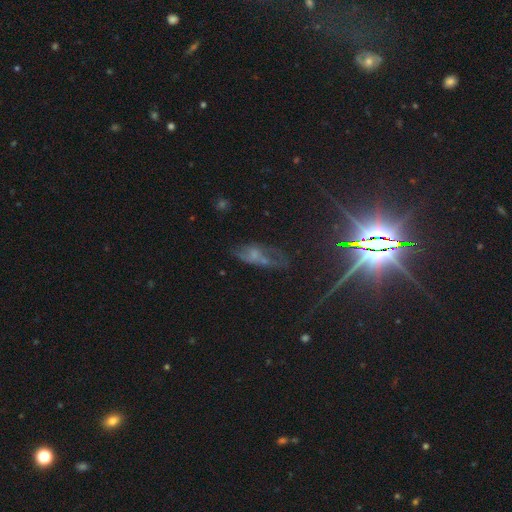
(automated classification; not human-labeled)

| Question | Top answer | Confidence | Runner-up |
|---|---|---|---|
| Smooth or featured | featured or disk | 41% | smooth (30%) |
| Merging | none | 43% | minor disturbance (25%) |